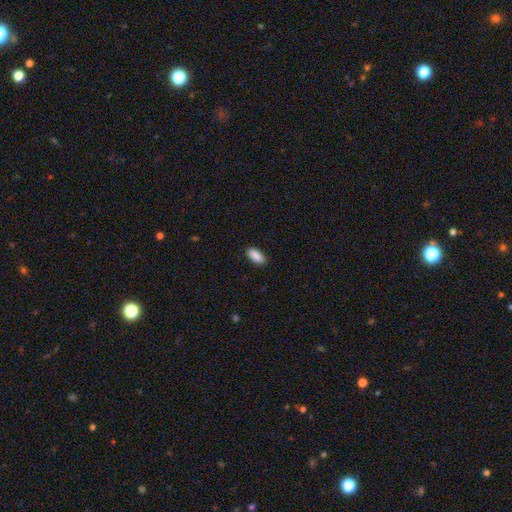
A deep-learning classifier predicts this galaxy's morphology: Smooth or featured? Predicted: smooth (p=0.90). How rounded? Predicted: in between (p=0.88). Merging? Predicted: none (p=0.88).